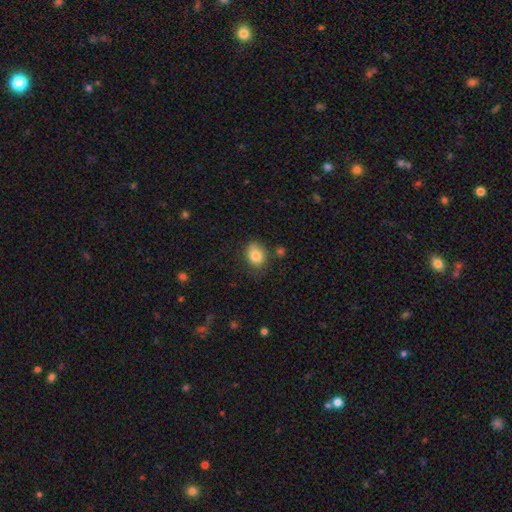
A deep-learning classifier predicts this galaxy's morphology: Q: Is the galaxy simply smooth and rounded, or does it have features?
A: smooth — 82%.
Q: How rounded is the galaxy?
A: in between — 55%.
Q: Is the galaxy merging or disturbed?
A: none — 69%.